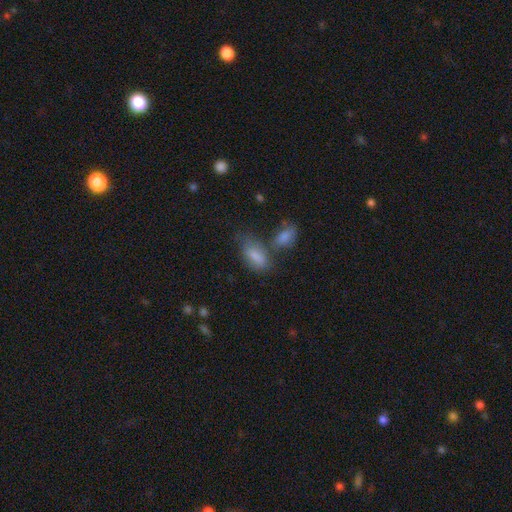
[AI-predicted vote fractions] A smooth galaxy with no disk features (74%) that is in between round and cigar-shaped (83%). Merging: none (48%).